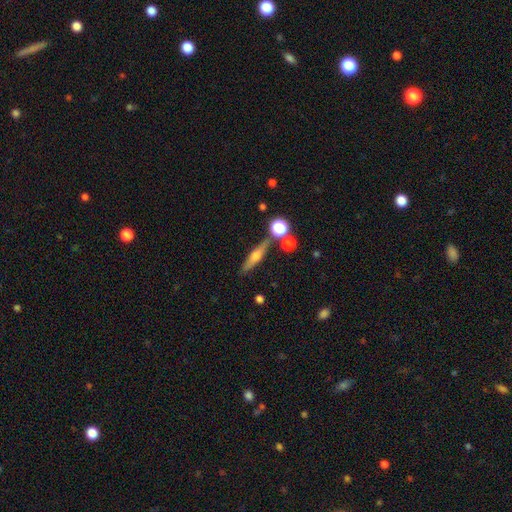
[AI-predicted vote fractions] featured or disk 49%, smooth 42%, star or artifact 9%. Down the decision tree: merging — none (76%).